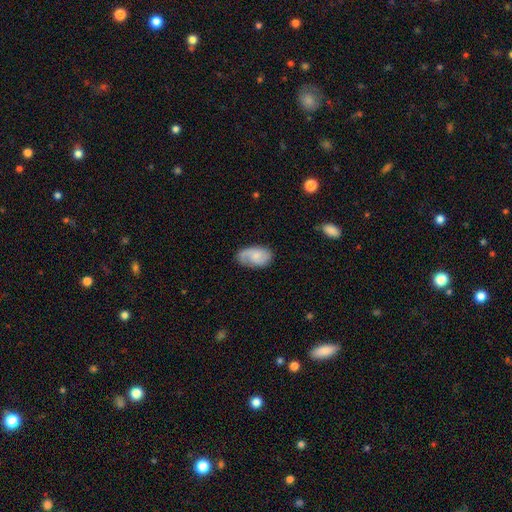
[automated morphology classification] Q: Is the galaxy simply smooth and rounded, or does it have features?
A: featured or disk — 48%.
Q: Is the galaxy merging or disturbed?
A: none — 67%.